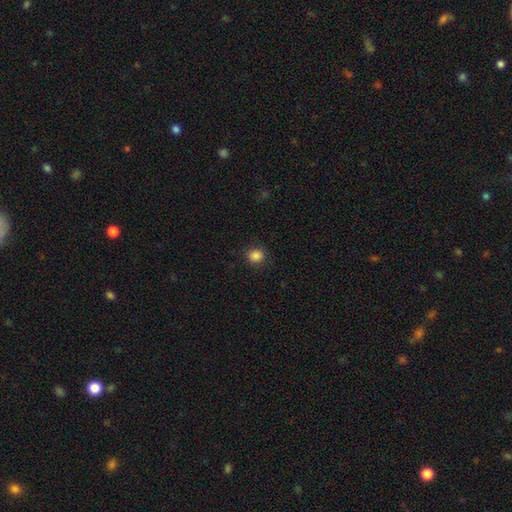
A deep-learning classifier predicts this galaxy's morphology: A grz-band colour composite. It shows a smooth galaxy with no disk features (86%) that is round (84%). Merging: none (89%).